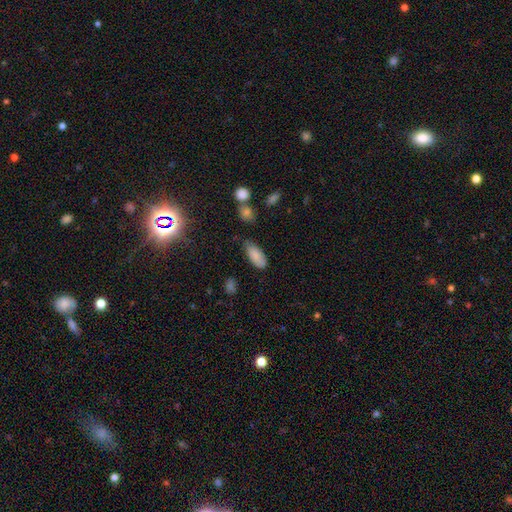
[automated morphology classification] smooth_or_featured: smooth (p=0.83) [alt: featured or disk p=0.09]
how_rounded: in between (p=0.88) [alt: cigar-shaped p=0.10]
merging: none (p=0.67) [alt: minor disturbance p=0.25]